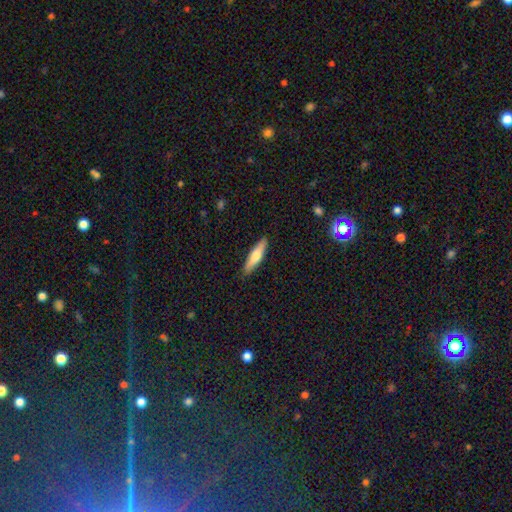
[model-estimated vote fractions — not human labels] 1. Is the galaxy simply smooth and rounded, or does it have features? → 62% smooth, 32% featured or disk, 5% star or artifact.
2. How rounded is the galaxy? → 75% cigar-shaped, 23% in between, 2% round.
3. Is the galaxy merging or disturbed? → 89% none, 8% minor disturbance, 2% major disturbance, 1% merger.